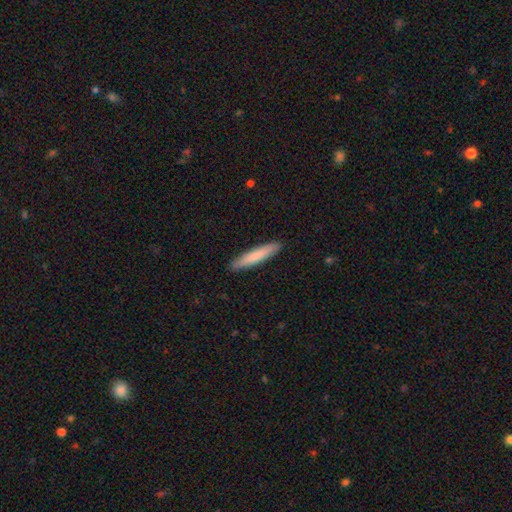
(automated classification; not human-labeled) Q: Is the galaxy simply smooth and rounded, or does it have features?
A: smooth — 80%.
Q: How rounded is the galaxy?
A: cigar-shaped — 92%.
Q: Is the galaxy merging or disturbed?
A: none — 91%.